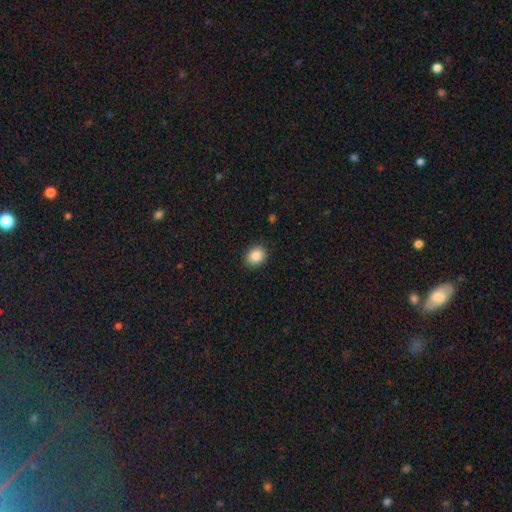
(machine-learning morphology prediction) A smooth galaxy with no disk features (87%) that is round (53%). Merging: none (89%).